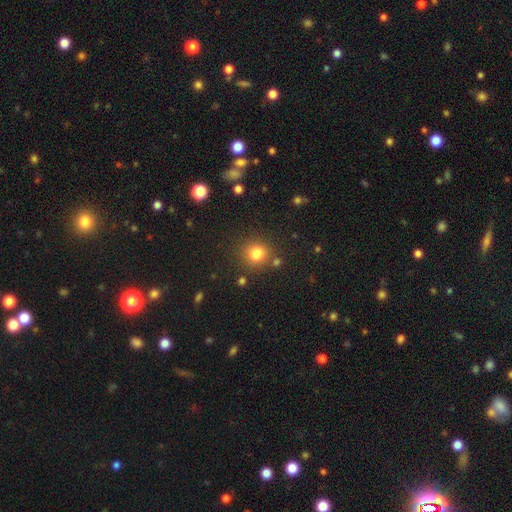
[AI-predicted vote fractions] This is clearly a smooth galaxy (81%). How rounded: likely round (80%). Merging: likely none (77%).